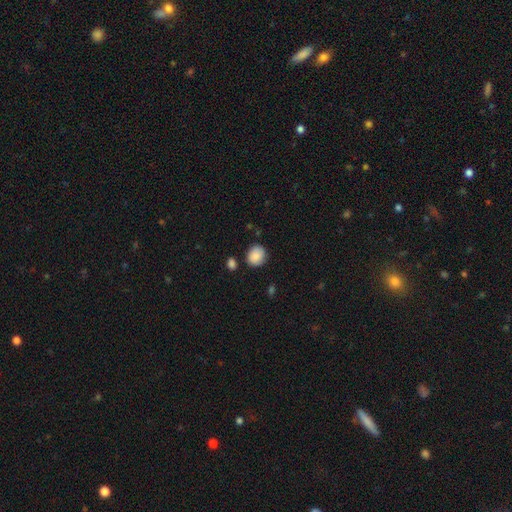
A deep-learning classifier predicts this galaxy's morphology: Smooth or featured: smooth — 87% (star or artifact — 8%)
How rounded: round — 71% (in between — 28%)
Merging: none — 78% (minor disturbance — 14%)